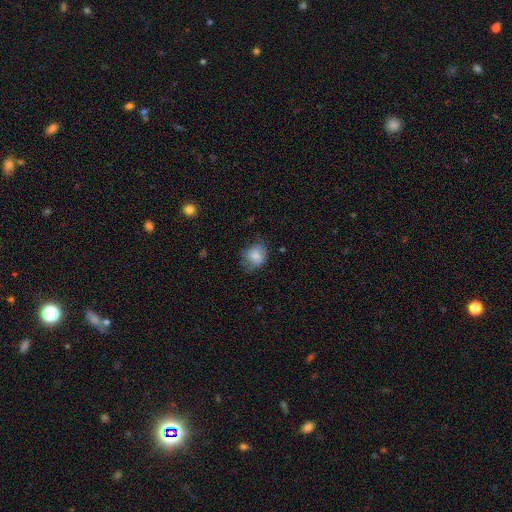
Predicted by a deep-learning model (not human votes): Smooth or featured: smooth — 76% (featured or disk — 15%)
How rounded: round — 63% (in between — 37%)
Merging: none — 60% (minor disturbance — 28%)